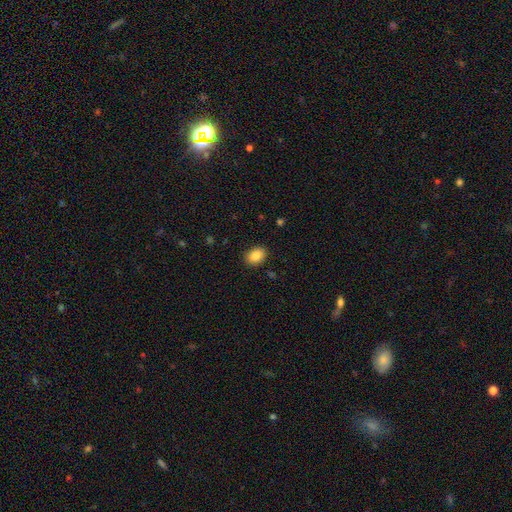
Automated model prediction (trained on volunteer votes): Smooth or featured?
  - smooth: 86% *
  - star or artifact: 8%
  - featured or disk: 5%
How rounded?
  - in between: 73% *
  - round: 26%
  - cigar-shaped: 1%
Merging?
  - none: 89% *
  - minor disturbance: 8%
  - major disturbance: 2%
  - merger: 1%